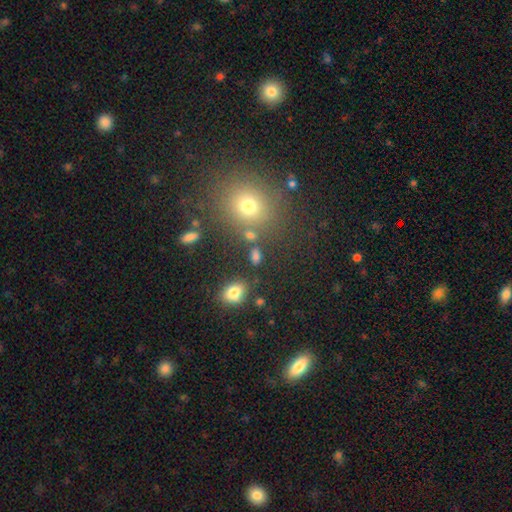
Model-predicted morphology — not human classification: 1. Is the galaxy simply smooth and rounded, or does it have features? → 74% smooth, 17% star or artifact, 9% featured or disk.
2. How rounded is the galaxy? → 75% in between, 20% round, 5% cigar-shaped.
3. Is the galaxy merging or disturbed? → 73% none, 12% minor disturbance, 10% merger, 5% major disturbance.